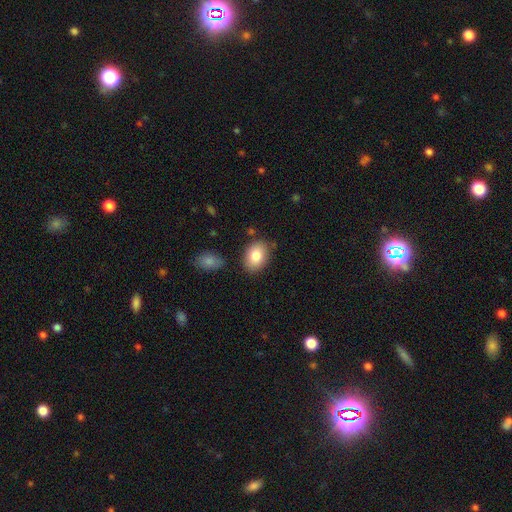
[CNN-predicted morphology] Q: Smooth or featured?
A: smooth (83%); runner-up: featured or disk (10%)
Q: How rounded?
A: in between (79%); runner-up: round (20%)
Q: Merging?
A: none (80%); runner-up: minor disturbance (12%)